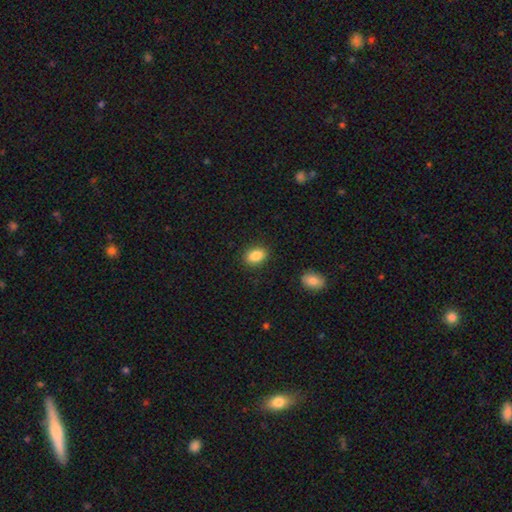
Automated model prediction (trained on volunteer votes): This is clearly a smooth galaxy (87%). How rounded: likely in between (79%). Merging: clearly none (88%).